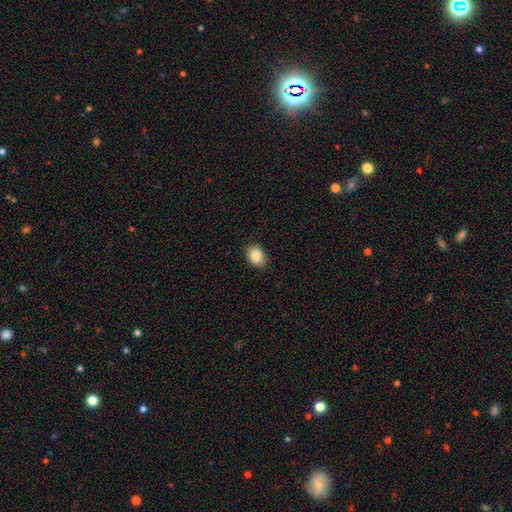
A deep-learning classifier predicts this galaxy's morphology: The model was most divided on "how rounded": in between: 77%, round: 21%, cigar-shaped: 1%. More confident: smooth or featured — smooth (88%); merging — none (84%).